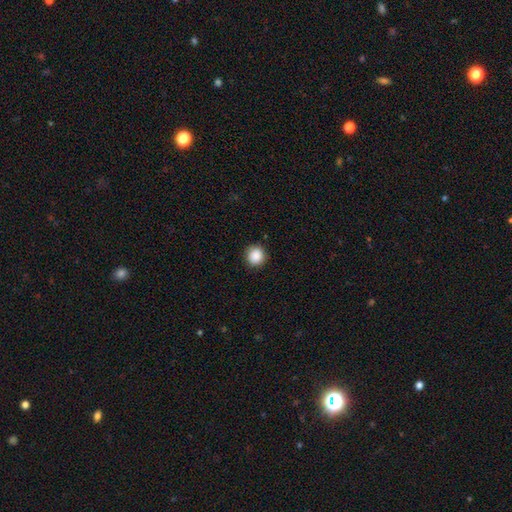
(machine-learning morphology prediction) Overall: smooth (88%). How rounded: round (92%). Merging: none (90%).